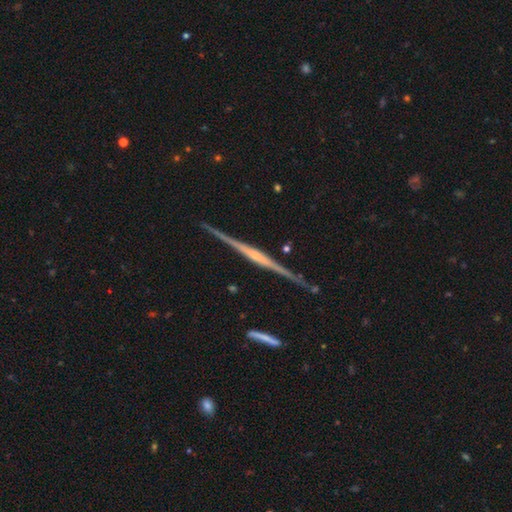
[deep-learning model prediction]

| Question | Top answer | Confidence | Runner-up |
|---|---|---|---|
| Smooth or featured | featured or disk | 86% | smooth (8%) |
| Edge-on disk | yes | 98% | no (2%) |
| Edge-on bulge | rounded | 47% | boxy (28%) |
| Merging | none | 87% | minor disturbance (9%) |